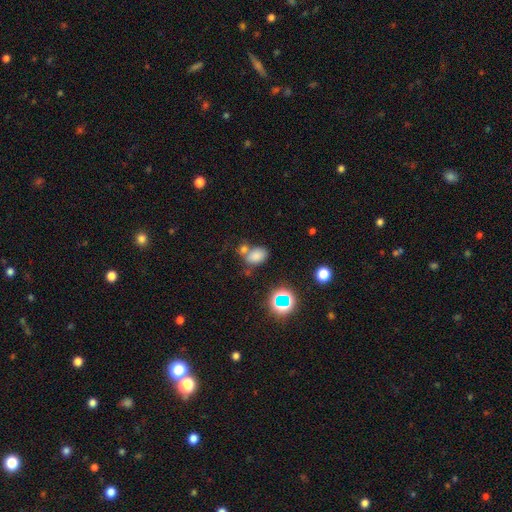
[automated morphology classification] smooth 75%, star or artifact 17%, featured or disk 8%. Down the decision tree: how rounded — in between (80%); merging — none (51%).